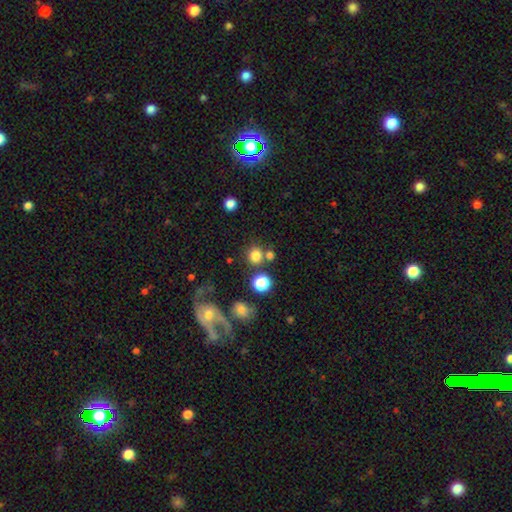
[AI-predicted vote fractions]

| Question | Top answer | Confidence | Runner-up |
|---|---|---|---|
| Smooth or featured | smooth | 79% | star or artifact (14%) |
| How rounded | round | 88% | in between (11%) |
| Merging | none | 71% | merger (15%) |